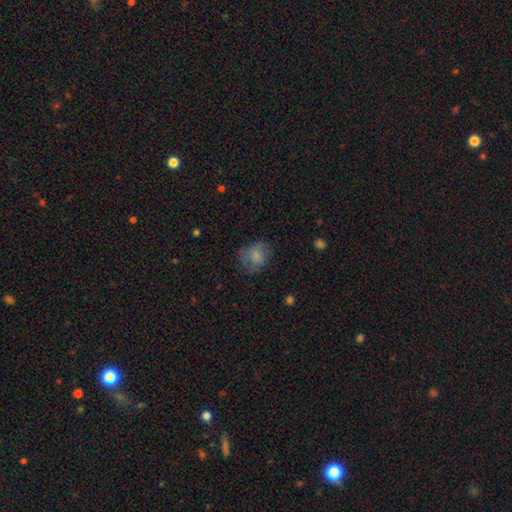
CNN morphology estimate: Q: Smooth or featured?
A: smooth (74%); runner-up: featured or disk (17%)
Q: How rounded?
A: round (56%); runner-up: in between (43%)
Q: Merging?
A: none (60%); runner-up: minor disturbance (24%)